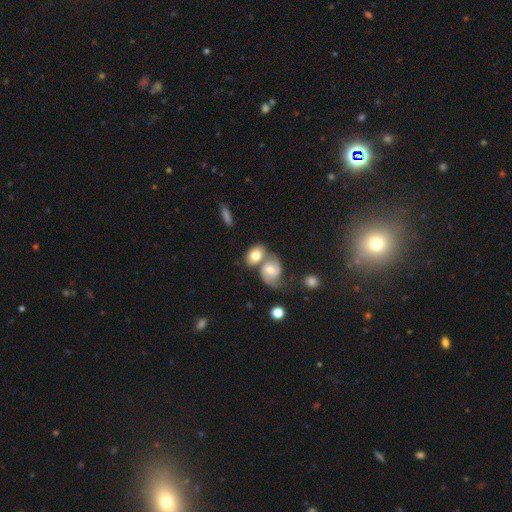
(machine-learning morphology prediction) Smooth or featured? Predicted: smooth (p=0.60). How rounded? Predicted: in between (p=0.68). Merging? Predicted: merger (p=0.49).